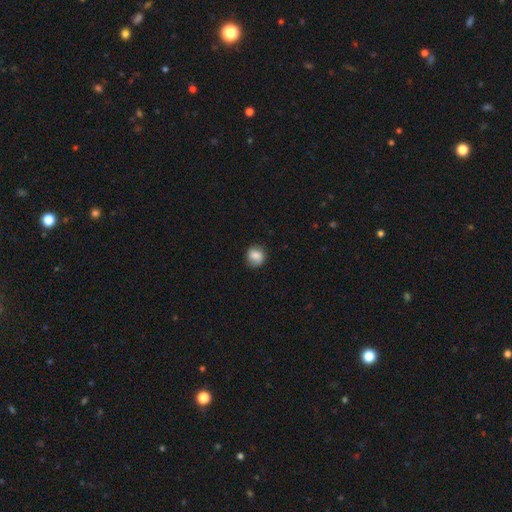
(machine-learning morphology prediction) Smooth or featured?
  - smooth: 80% *
  - featured or disk: 11%
  - star or artifact: 8%
How rounded?
  - round: 80% *
  - in between: 19%
  - cigar-shaped: 1%
Merging?
  - none: 76% *
  - minor disturbance: 18%
  - major disturbance: 5%
  - merger: 1%